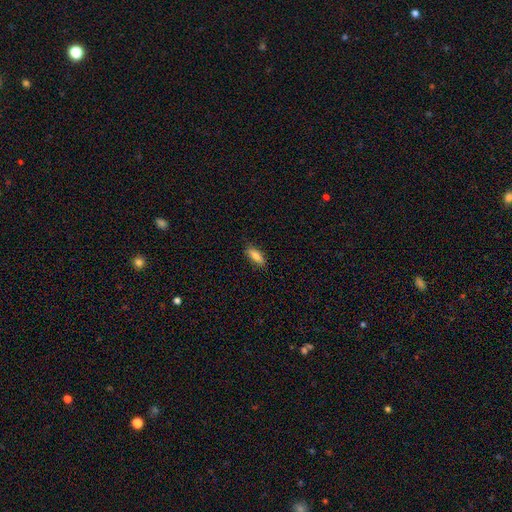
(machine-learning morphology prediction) smooth-or-featured: smooth: 79% | featured or disk: 14% | star or artifact: 7%
  how-rounded: in between: 66% | cigar-shaped: 31% | round: 2%
  merging: none: 85% | minor disturbance: 12% | major disturbance: 2% | merger: 1%